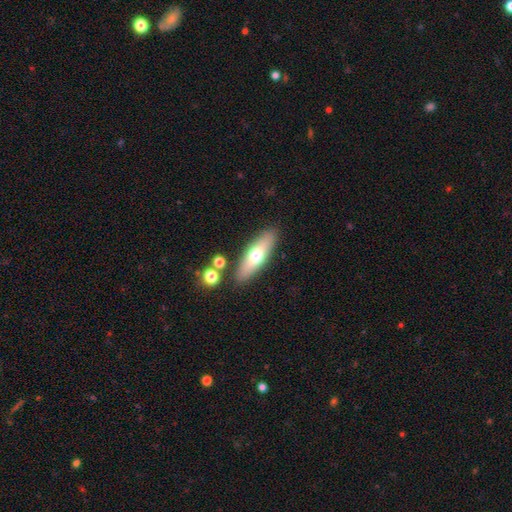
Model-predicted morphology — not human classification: This appears to be a smooth galaxy with no disk features (57%) that is cigar-shaped (55%). Merging: none (85%).